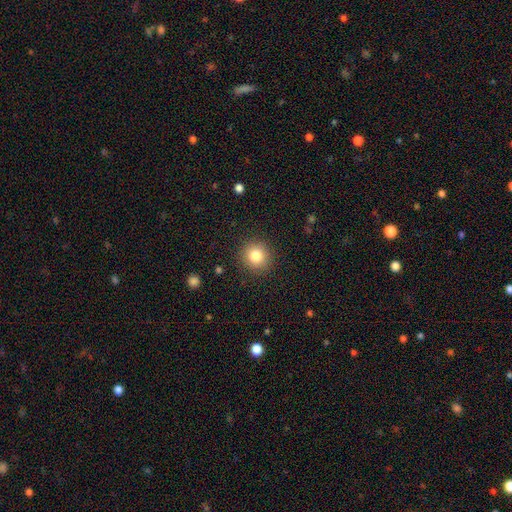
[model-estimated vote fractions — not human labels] The model was most divided on "smooth or featured": smooth: 82%, star or artifact: 11%, featured or disk: 7%. More confident: how rounded — round (92%); merging — none (90%).